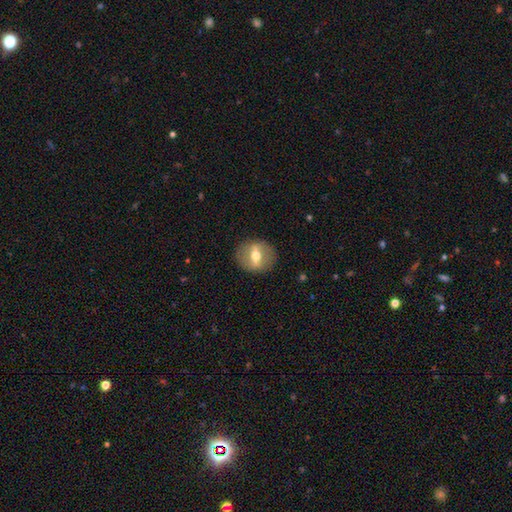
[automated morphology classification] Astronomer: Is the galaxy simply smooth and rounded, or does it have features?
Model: featured or disk — 57% (runner-up: smooth, 36%).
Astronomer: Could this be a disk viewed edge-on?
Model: no — 75%.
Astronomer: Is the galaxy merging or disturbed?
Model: none — 86%.